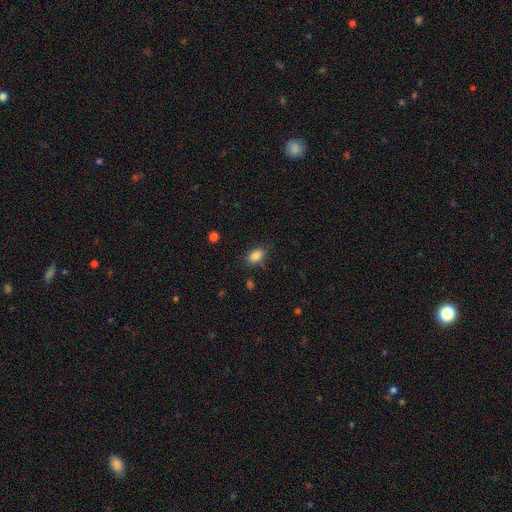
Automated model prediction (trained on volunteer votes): Smooth or featured? smooth (87%)
How rounded? in between (86%)
Merging? none (82%)